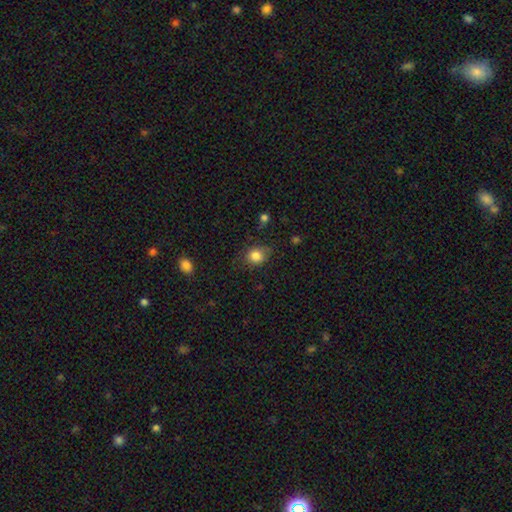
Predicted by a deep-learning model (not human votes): Smooth or featured? Predicted: smooth (p=0.84). How rounded? Predicted: round (p=0.65). Merging? Predicted: none (p=0.72).